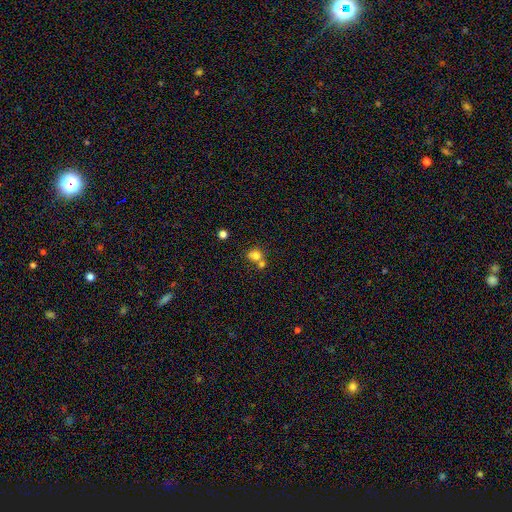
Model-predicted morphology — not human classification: Smooth or featured: smooth — 76% (star or artifact — 12%)
How rounded: round — 65% (in between — 34%)
Merging: merger — 46% (none — 40%)